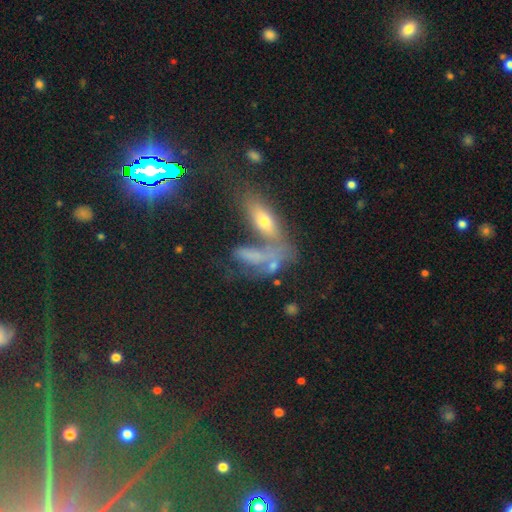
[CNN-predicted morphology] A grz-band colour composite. It shows a smooth galaxy with no disk features (49%). Merging: merger (41%).